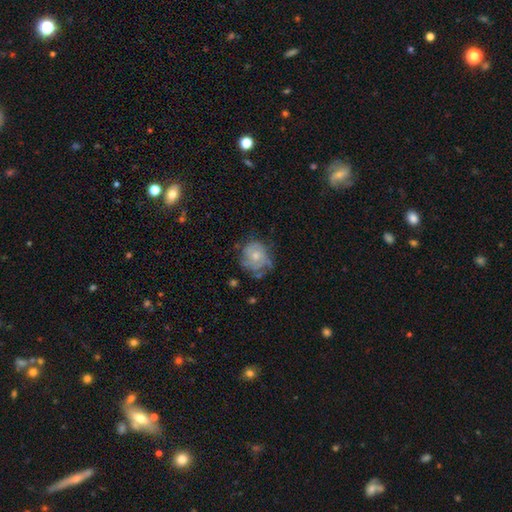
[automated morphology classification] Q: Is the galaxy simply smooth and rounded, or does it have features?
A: featured or disk — 61%.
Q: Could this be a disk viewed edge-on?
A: no — 98%.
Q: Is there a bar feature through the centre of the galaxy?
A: no — 81%.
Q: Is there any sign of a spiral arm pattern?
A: yes — 74%.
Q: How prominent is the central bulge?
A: moderate — 48%.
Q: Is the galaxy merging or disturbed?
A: none — 56%.